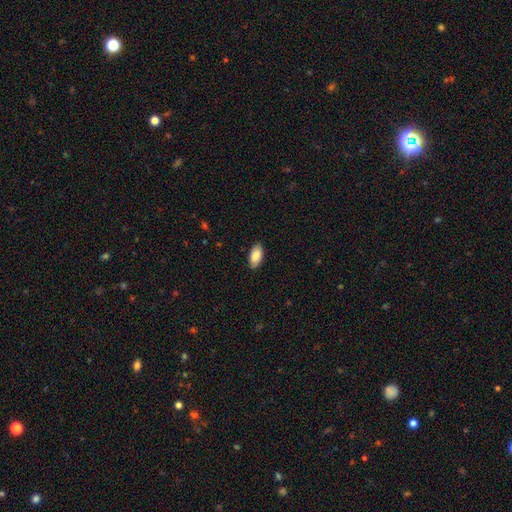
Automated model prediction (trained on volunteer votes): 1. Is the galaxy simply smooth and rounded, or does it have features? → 86% smooth, 8% featured or disk, 6% star or artifact.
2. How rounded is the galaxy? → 93% in between, 5% cigar-shaped, 2% round.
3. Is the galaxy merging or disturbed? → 86% none, 11% minor disturbance, 2% major disturbance, 1% merger.